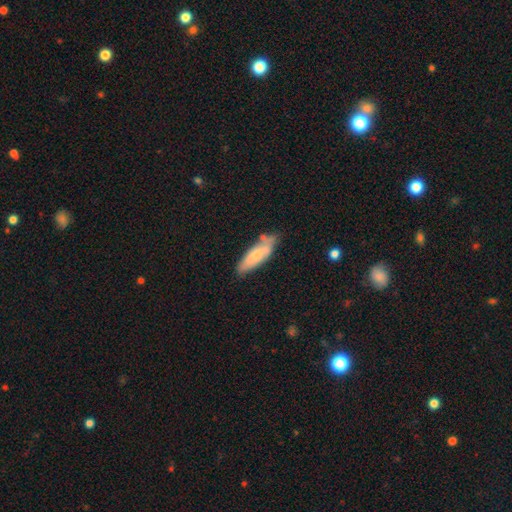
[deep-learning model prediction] Smooth or featured? smooth (67%)
How rounded? in between (50%)
Merging? none (61%)